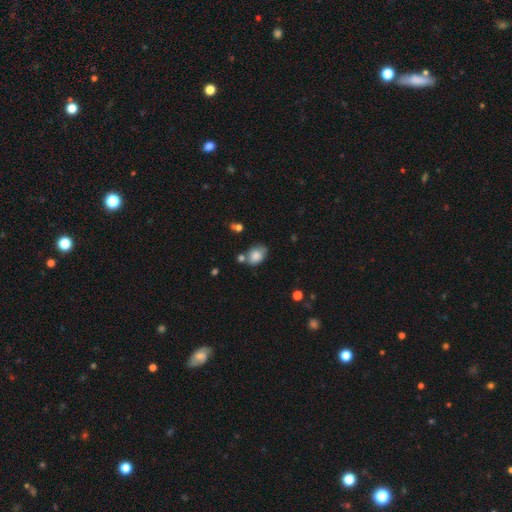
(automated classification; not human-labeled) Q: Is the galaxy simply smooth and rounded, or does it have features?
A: smooth — 82%.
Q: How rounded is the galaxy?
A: in between — 75%.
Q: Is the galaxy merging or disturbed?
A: none — 53%.